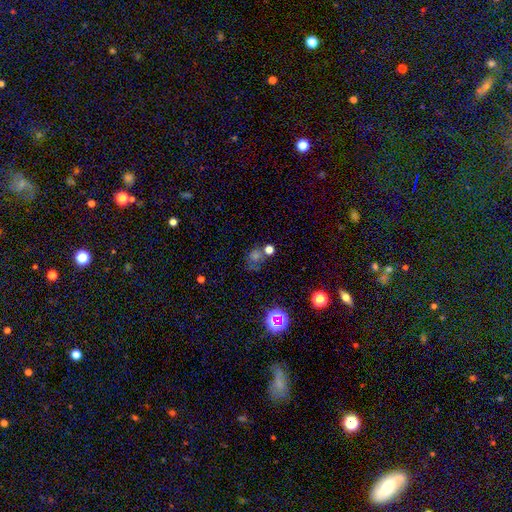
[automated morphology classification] Smooth or featured: smooth — 41% (star or artifact — 40%)
Merging: none — 59% (merger — 16%)